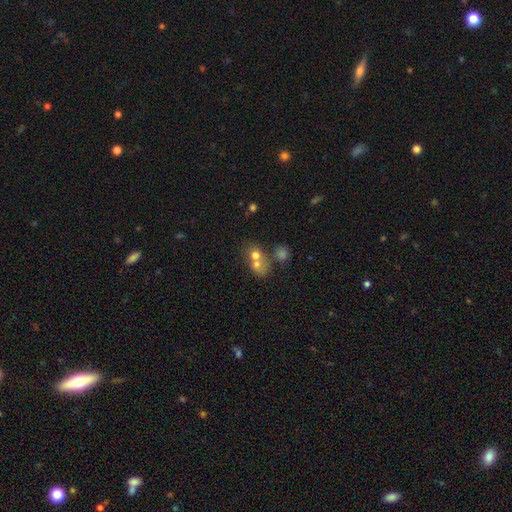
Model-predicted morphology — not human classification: smooth_or_featured: smooth (p=0.65) [alt: featured or disk p=0.21]
how_rounded: round (p=0.61) [alt: in between p=0.37]
merging: merger (p=0.65) [alt: none p=0.25]